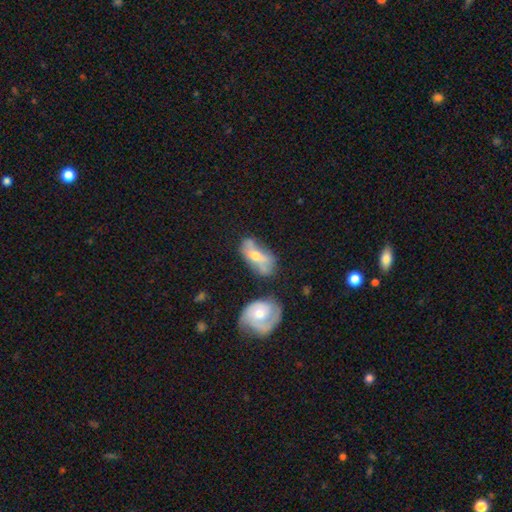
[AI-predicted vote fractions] Smooth or featured? Predicted: featured or disk (p=0.52). Edge-on disk? Predicted: no (p=0.86). Merging? Predicted: none (p=0.36).